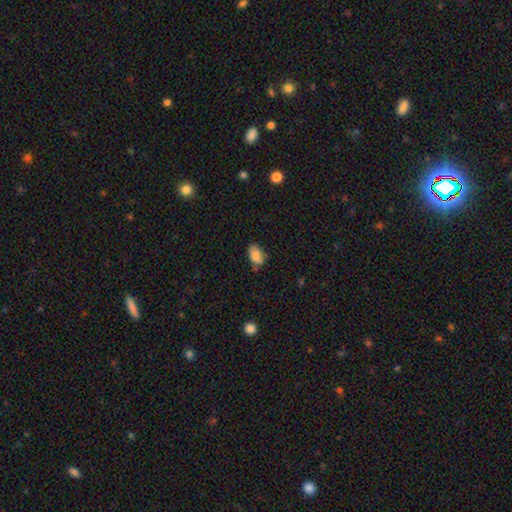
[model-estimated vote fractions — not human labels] Smooth or featured? Predicted: smooth (p=0.80). How rounded? Predicted: in between (p=0.90). Merging? Predicted: none (p=0.65).